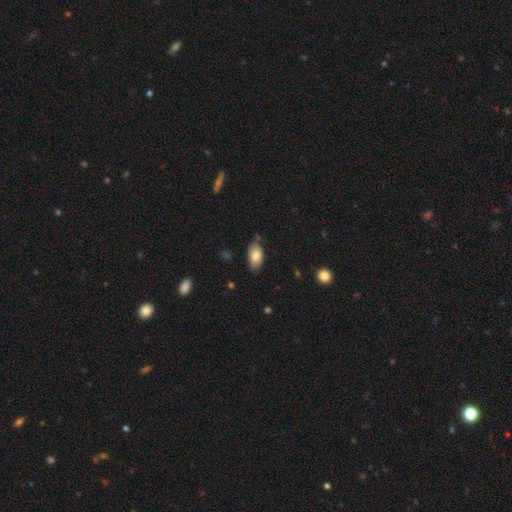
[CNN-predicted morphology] Smooth or featured? smooth (79%)
How rounded? in between (93%)
Merging? none (71%)